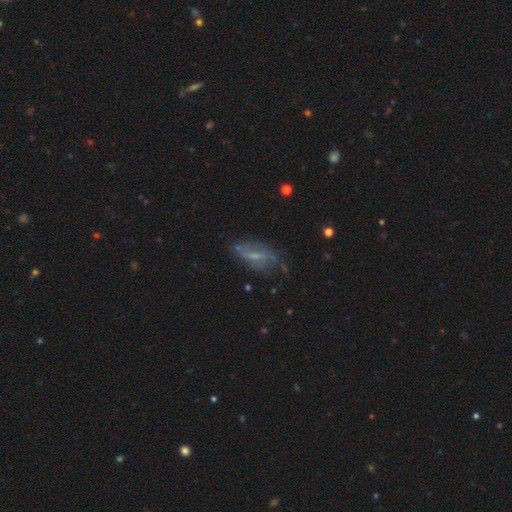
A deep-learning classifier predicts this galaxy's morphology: Q: Smooth or featured?
A: featured or disk (56%); runner-up: smooth (33%)
Q: Edge-on disk?
A: no (85%); runner-up: yes (15%)
Q: Merging?
A: none (55%); runner-up: minor disturbance (26%)